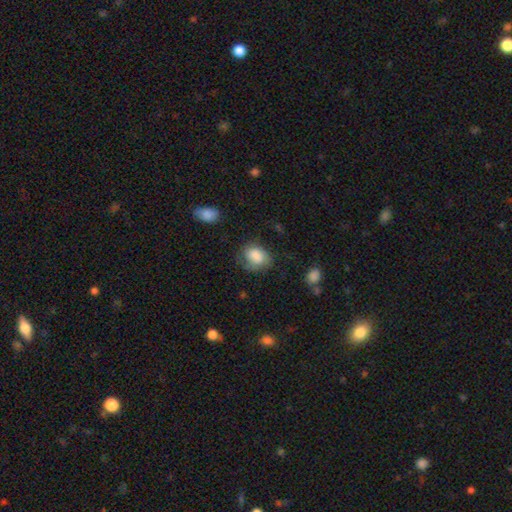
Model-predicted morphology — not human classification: Smooth or featured? Predicted: smooth (p=0.71). How rounded? Predicted: in between (p=0.65). Merging? Predicted: none (p=0.52).